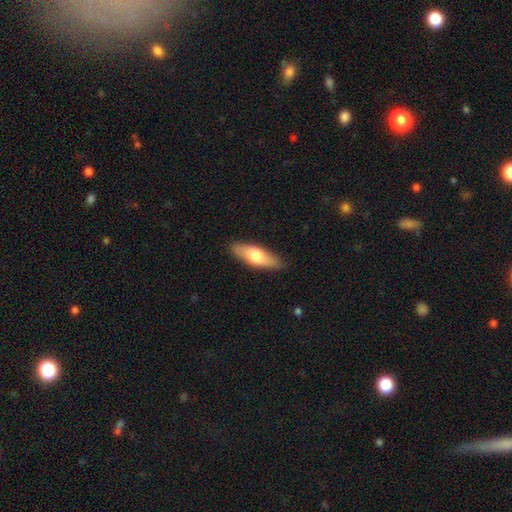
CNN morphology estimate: smooth_or_featured: smooth (p=0.64) [alt: featured or disk p=0.30]
how_rounded: in between (p=0.57) [alt: cigar-shaped p=0.41]
merging: none (p=0.87) [alt: minor disturbance p=0.10]